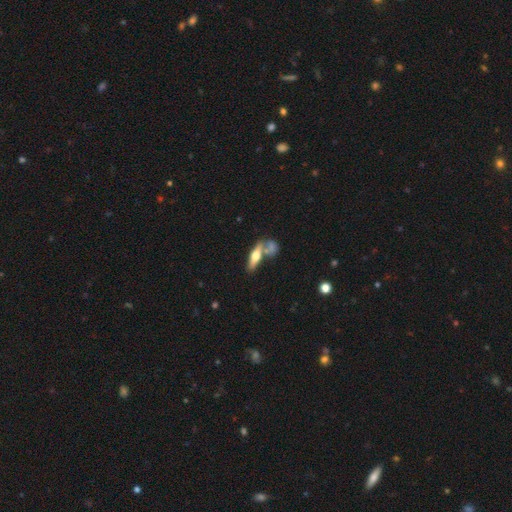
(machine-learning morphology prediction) Smooth or featured? smooth (49%)
Merging? none (46%)